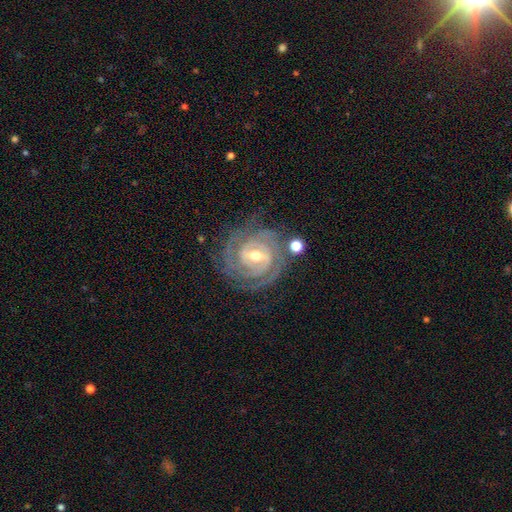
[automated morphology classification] Smooth or featured? featured or disk (91%)
Edge-on disk? no (97%)
Bar? weak (46%)
Spiral arms? yes (98%)
Spiral winding? tight (83%)
Spiral arm count? 2 (34%)
Bulge size? moderate (60%)
Merging? none (77%)